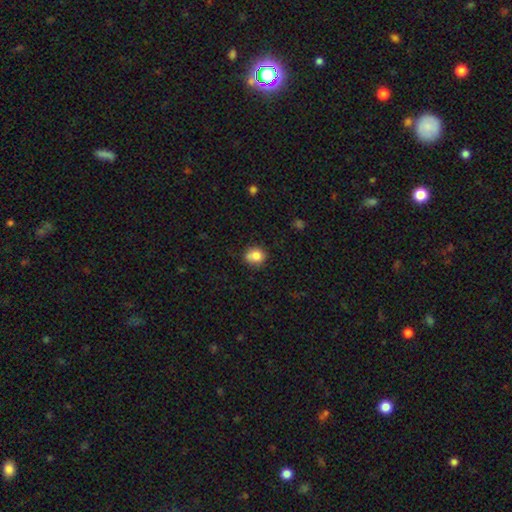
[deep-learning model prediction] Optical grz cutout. It shows a smooth galaxy with no disk features (83%) that is round (71%). Merging: none (74%).